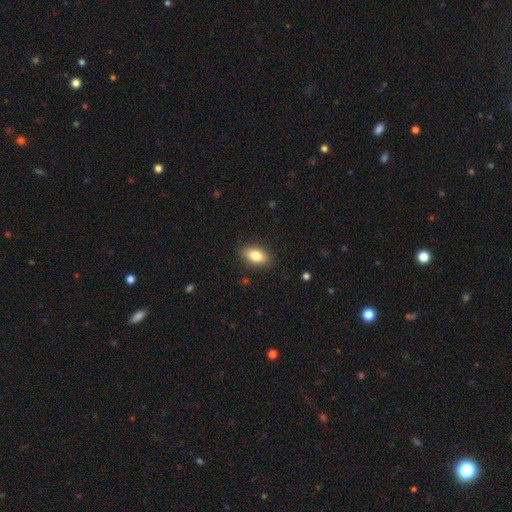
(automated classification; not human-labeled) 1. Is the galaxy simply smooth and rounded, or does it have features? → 81% smooth, 11% featured or disk, 8% star or artifact.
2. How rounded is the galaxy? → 88% in between, 7% round, 4% cigar-shaped.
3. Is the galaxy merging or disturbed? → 88% none, 9% minor disturbance, 2% major disturbance, 1% merger.